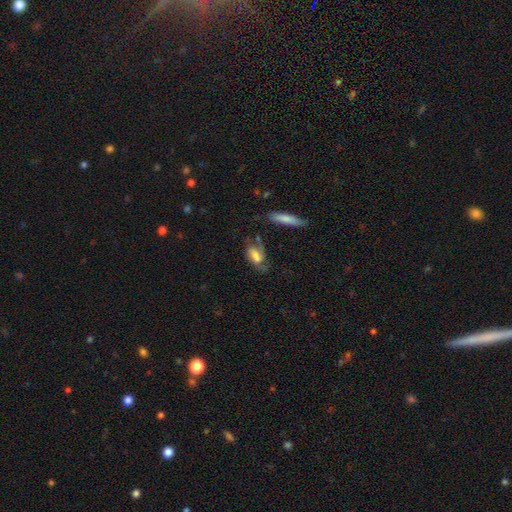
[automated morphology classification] Overall: featured or disk (48%; smooth 43%). Merging: none (46%; minor disturbance 26%).